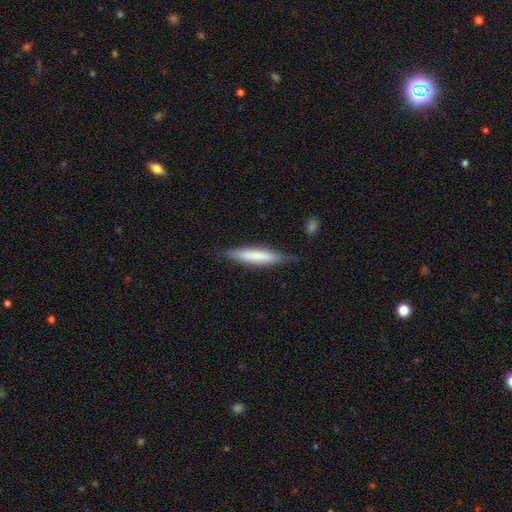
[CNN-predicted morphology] Smooth or featured? Predicted: smooth (p=0.67). How rounded? Predicted: cigar-shaped (p=0.90). Merging? Predicted: none (p=0.80).